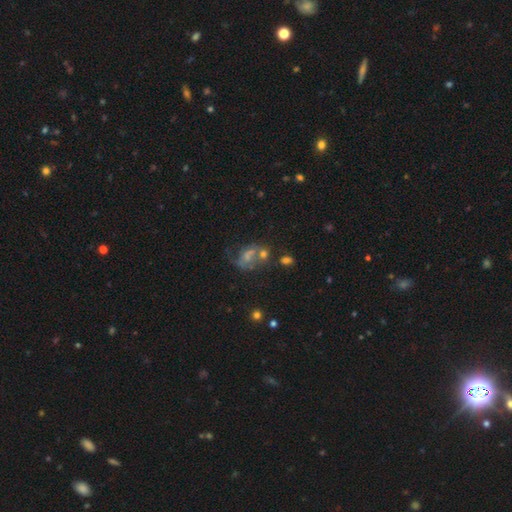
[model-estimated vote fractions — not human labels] Morphology: type=featured or disk (40%); merging=none (41%).